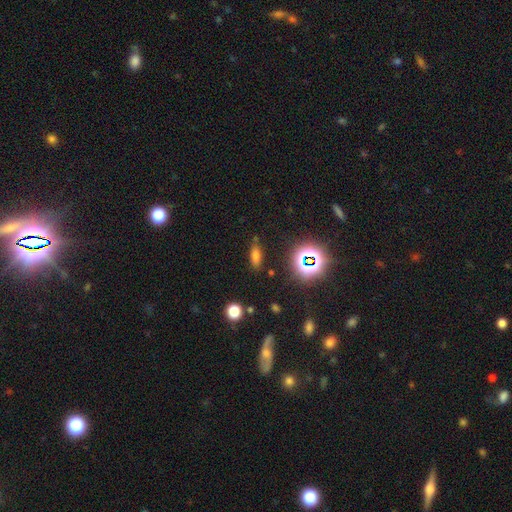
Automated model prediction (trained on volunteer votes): smooth-or-featured: smooth: 65% | star or artifact: 24% | featured or disk: 11%
  how-rounded: in between: 68% | cigar-shaped: 24% | round: 8%
  merging: none: 81% | minor disturbance: 13% | major disturbance: 4% | merger: 3%